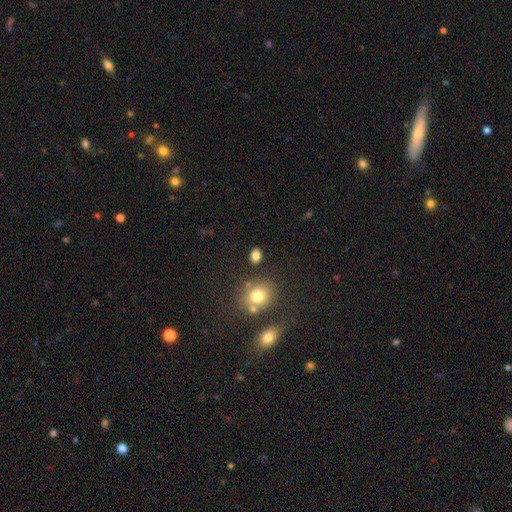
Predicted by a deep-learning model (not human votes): This is clearly a smooth galaxy (81%). How rounded: likely in between (64%). Merging: clearly none (81%).